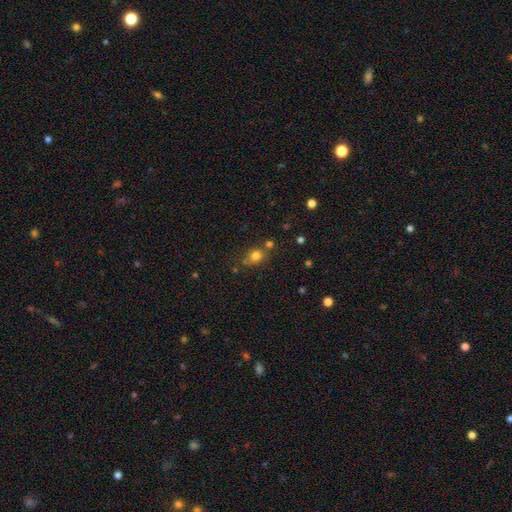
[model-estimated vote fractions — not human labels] Smooth or featured?
  - smooth: 77% *
  - star or artifact: 14%
  - featured or disk: 8%
How rounded?
  - round: 60% *
  - in between: 38%
  - cigar-shaped: 1%
Merging?
  - none: 65% *
  - merger: 15%
  - minor disturbance: 15%
  - major disturbance: 5%